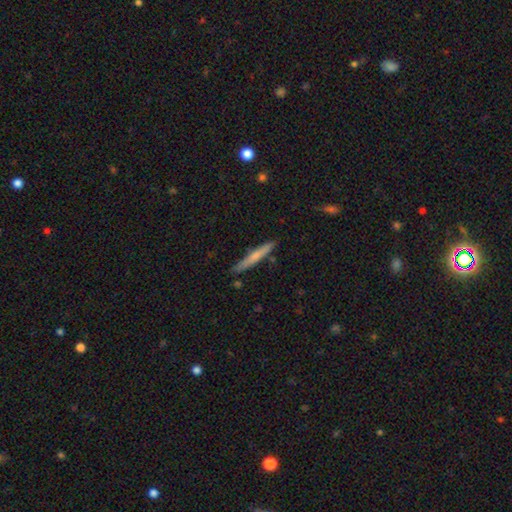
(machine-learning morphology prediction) A smooth galaxy with no disk features (58%) that is cigar-shaped (95%). Merging: none (86%).